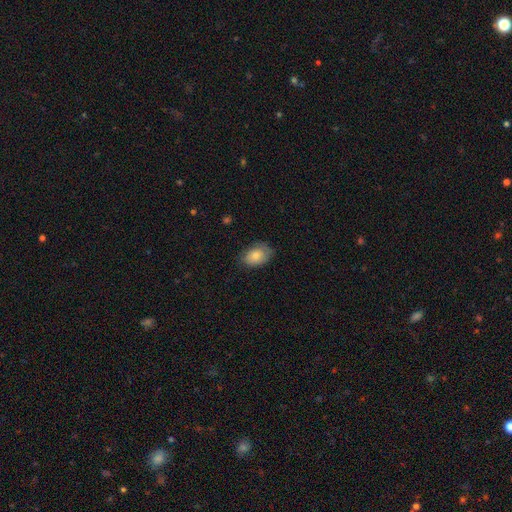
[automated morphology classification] A smooth galaxy with no disk features (74%) that is in between round and cigar-shaped (85%). Merging: none (69%).